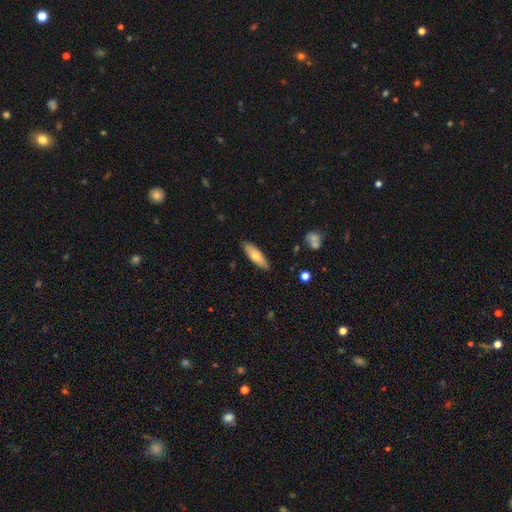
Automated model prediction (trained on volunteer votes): This is likely a smooth galaxy (69%). How rounded: possibly in between (50%). Merging: clearly none (86%).